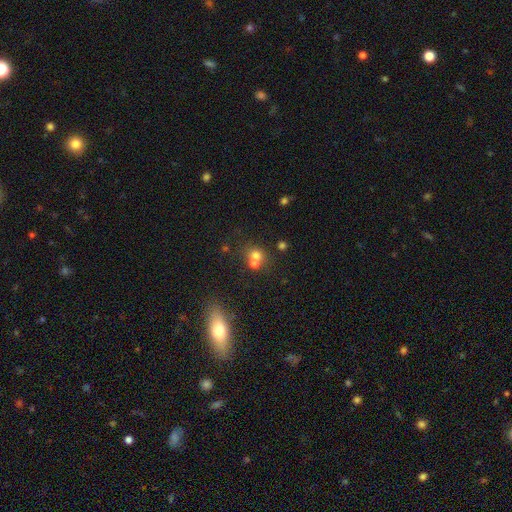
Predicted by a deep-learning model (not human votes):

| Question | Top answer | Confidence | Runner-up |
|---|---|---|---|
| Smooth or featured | smooth | 67% | star or artifact (18%) |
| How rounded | round | 75% | in between (24%) |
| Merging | merger | 49% | none (39%) |